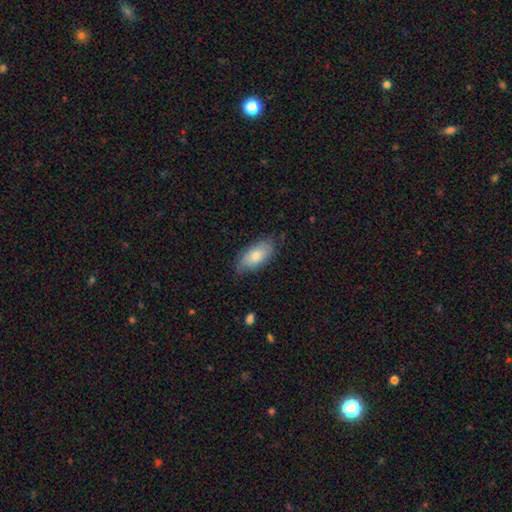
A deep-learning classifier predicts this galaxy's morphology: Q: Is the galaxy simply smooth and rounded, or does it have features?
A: smooth — 70%.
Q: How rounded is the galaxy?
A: in between — 91%.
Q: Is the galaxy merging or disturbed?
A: none — 70%.